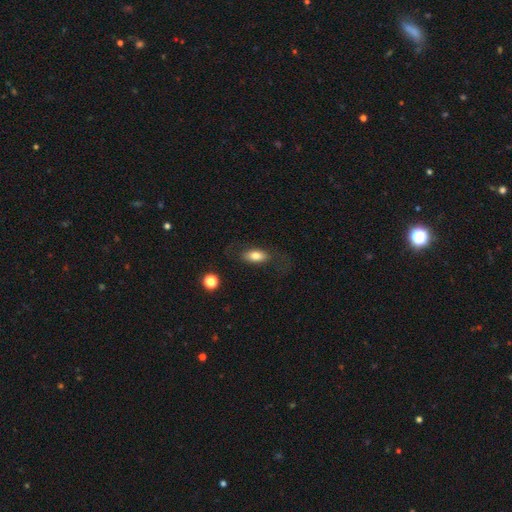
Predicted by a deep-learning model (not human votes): This is likely a smooth galaxy (75%). How rounded: clearly in between (86%). Merging: likely none (70%).